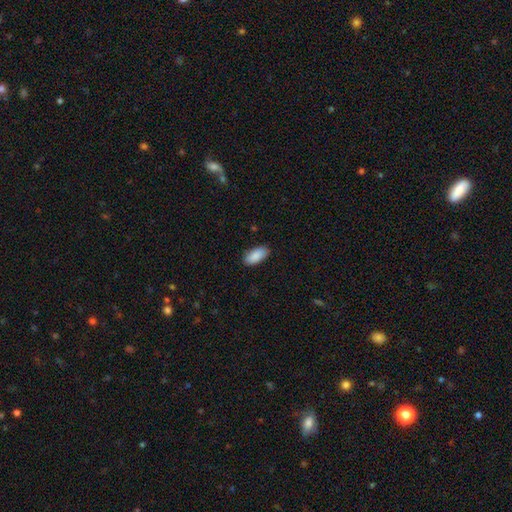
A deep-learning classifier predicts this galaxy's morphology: Smooth or featured? Predicted: smooth (p=0.90). How rounded? Predicted: in between (p=0.92). Merging? Predicted: none (p=0.87).